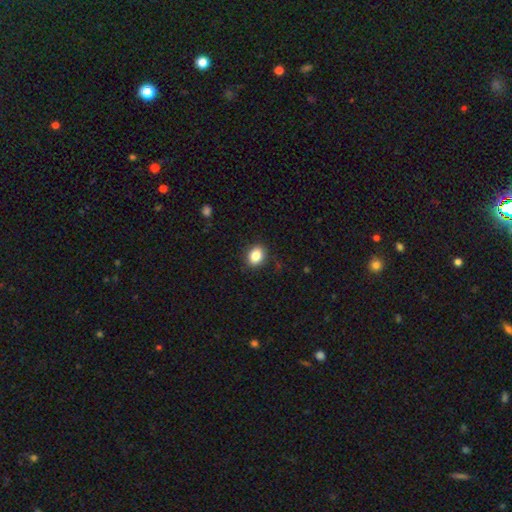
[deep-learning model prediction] Smooth or featured?
  - smooth: 86% *
  - star or artifact: 9%
  - featured or disk: 5%
How rounded?
  - in between: 57% *
  - round: 42%
  - cigar-shaped: 1%
Merging?
  - none: 88% *
  - minor disturbance: 9%
  - major disturbance: 2%
  - merger: 1%